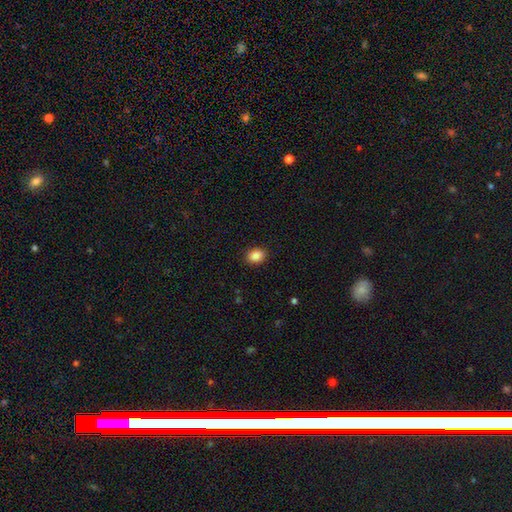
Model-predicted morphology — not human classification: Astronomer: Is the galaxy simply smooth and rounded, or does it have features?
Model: smooth — 88%.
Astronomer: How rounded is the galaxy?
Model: in between — 60% (runner-up: round, 39%).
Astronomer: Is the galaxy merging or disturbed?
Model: none — 89%.